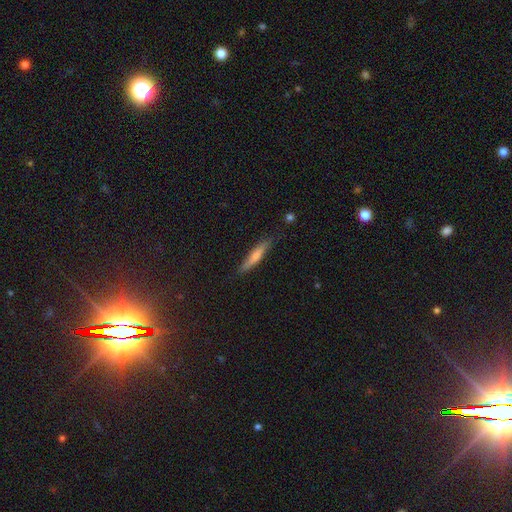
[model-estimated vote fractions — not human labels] This is possibly a smooth galaxy (47%). Merging: clearly none (85%).